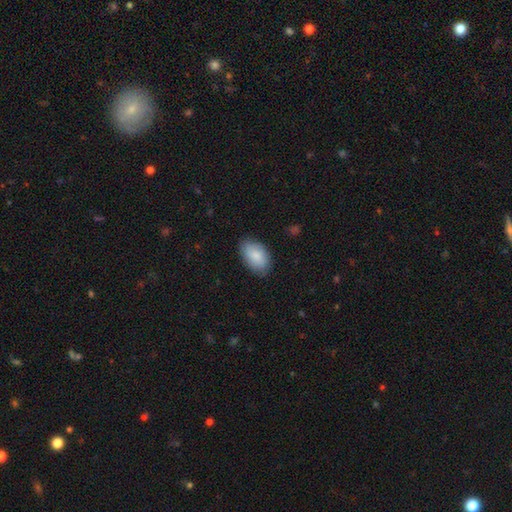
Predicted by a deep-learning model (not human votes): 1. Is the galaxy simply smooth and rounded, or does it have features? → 86% smooth, 8% featured or disk, 6% star or artifact.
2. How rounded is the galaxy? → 93% in between, 6% round, 1% cigar-shaped.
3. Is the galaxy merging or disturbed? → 81% none, 15% minor disturbance, 3% major disturbance, 1% merger.